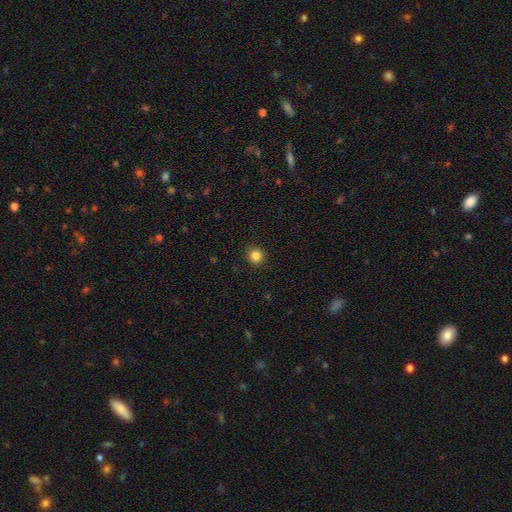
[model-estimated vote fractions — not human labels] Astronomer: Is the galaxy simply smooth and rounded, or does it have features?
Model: smooth — 84%.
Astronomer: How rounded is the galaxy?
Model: round — 93%.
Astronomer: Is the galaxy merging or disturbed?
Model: none — 92%.